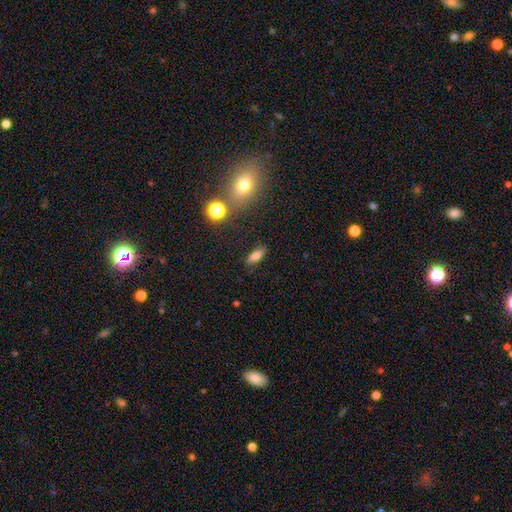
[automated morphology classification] Smooth or featured?
  - smooth: 77% *
  - star or artifact: 12%
  - featured or disk: 11%
How rounded?
  - in between: 69% *
  - cigar-shaped: 26%
  - round: 6%
Merging?
  - none: 84% *
  - minor disturbance: 10%
  - major disturbance: 3%
  - merger: 2%